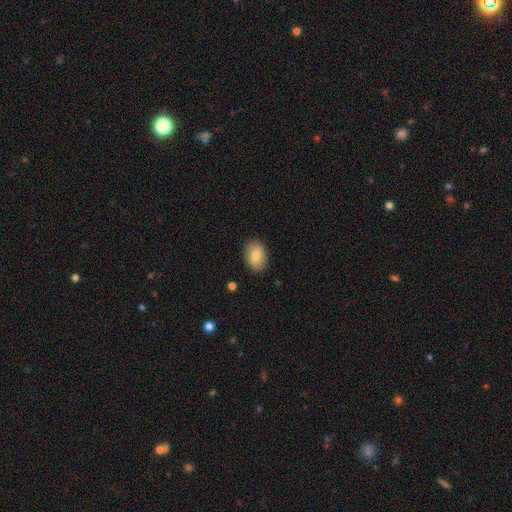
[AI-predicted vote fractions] Smooth or featured?
  - smooth: 80% *
  - featured or disk: 13%
  - star or artifact: 7%
How rounded?
  - in between: 79% *
  - round: 20%
  - cigar-shaped: 1%
Merging?
  - none: 87% *
  - minor disturbance: 10%
  - major disturbance: 2%
  - merger: 1%